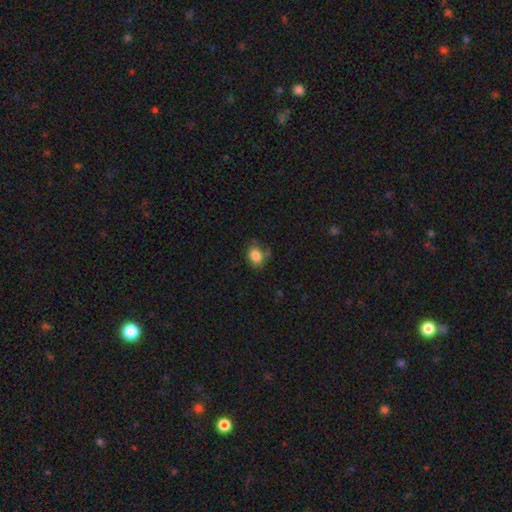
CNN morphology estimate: Smooth or featured?
  - smooth: 84% *
  - star or artifact: 9%
  - featured or disk: 6%
How rounded?
  - in between: 58% *
  - round: 40%
  - cigar-shaped: 1%
Merging?
  - none: 63% *
  - minor disturbance: 26%
  - major disturbance: 7%
  - merger: 4%